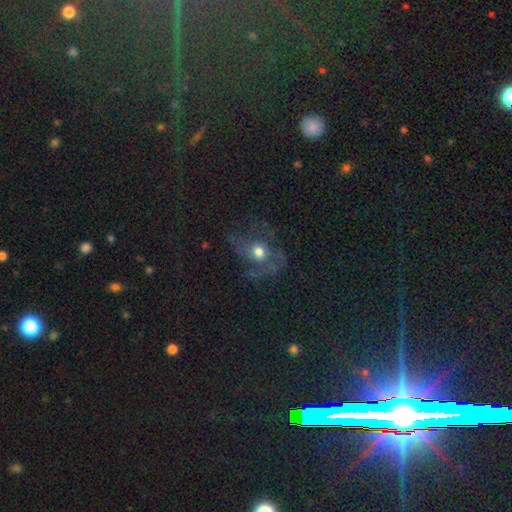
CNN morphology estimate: A star or artifact, not a galaxy (50%).

Vote fractions:
- Smooth or featured? star or artifact: 50% / featured or disk: 32% / smooth: 18%